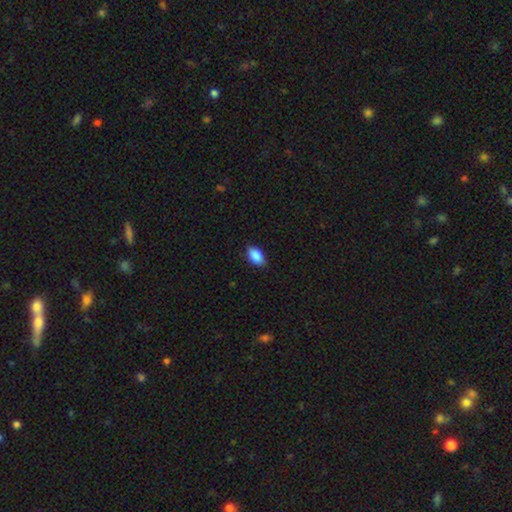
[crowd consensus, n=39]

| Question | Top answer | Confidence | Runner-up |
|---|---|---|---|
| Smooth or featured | smooth | 92% | star or artifact (8%) |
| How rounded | in between | 83% | round (11%) |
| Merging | none | 75% | minor disturbance (17%) |